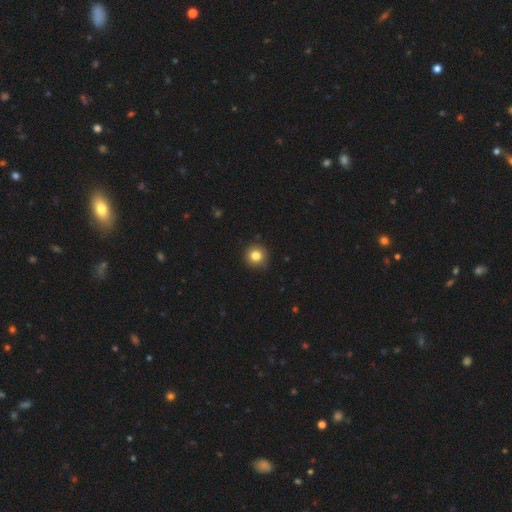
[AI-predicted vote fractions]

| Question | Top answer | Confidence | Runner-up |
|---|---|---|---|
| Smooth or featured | smooth | 82% | star or artifact (11%) |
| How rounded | round | 95% | in between (4%) |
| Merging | none | 89% | minor disturbance (8%) |